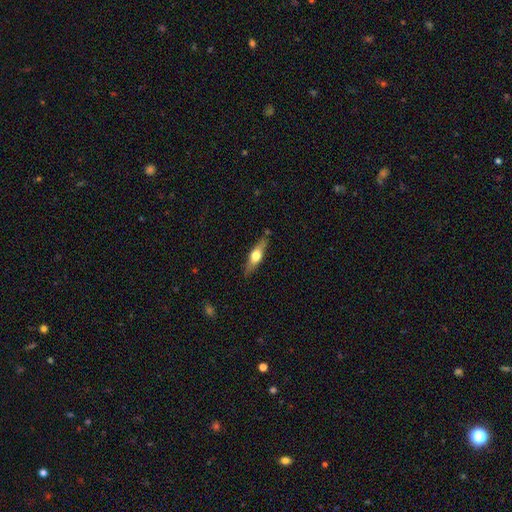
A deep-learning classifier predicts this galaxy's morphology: Overall: featured or disk (48%; smooth 46%). Merging: none (82%).